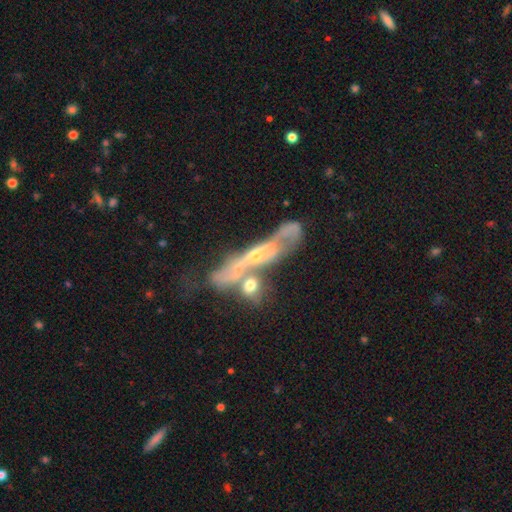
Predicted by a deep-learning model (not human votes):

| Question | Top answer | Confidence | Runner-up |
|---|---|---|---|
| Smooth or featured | featured or disk | 72% | smooth (18%) |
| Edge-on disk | yes | 54% | no (46%) |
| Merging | merger | 38% | none (32%) |